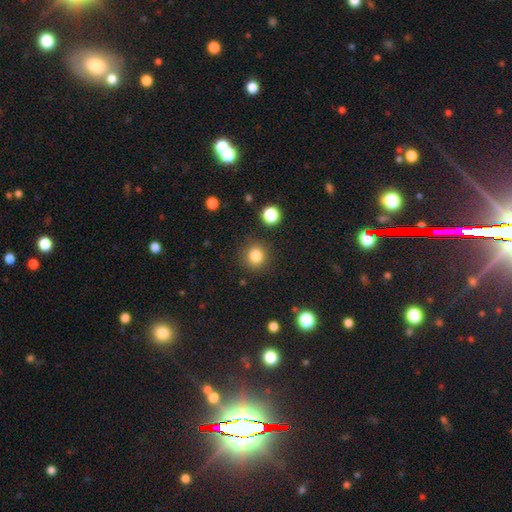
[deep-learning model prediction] Morphology: type=smooth (83%); roundness=round (89%); merging=none (87%).